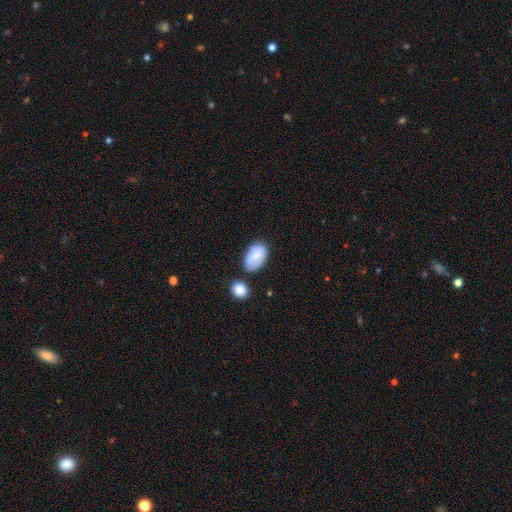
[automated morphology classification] Q: Smooth or featured?
A: smooth (79%); runner-up: featured or disk (14%)
Q: How rounded?
A: in between (92%); runner-up: round (6%)
Q: Merging?
A: none (58%); runner-up: minor disturbance (25%)